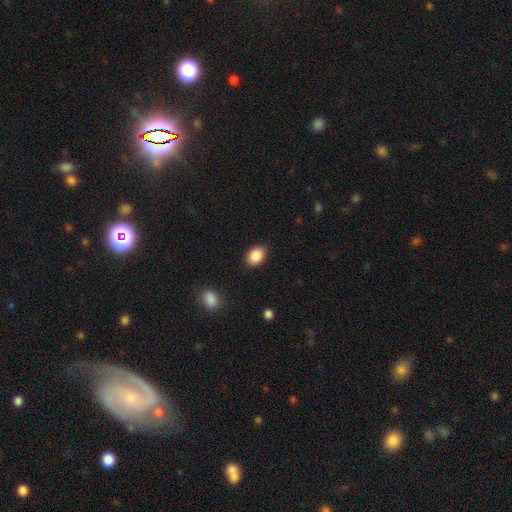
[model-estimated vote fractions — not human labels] This appears to be a smooth galaxy with no disk features (88%) that is in between round and cigar-shaped (80%). Merging: none (88%).